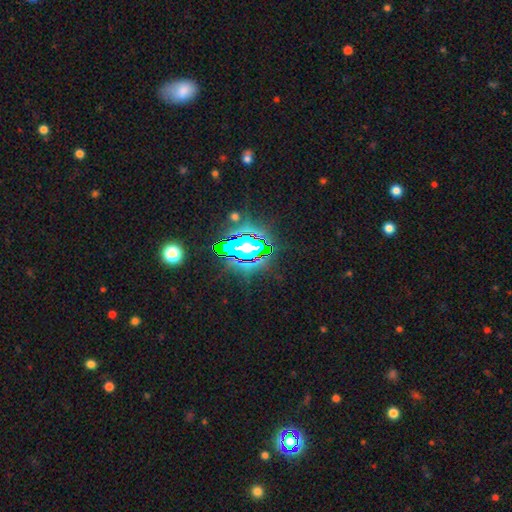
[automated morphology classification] Smooth or featured? star or artifact (69%)